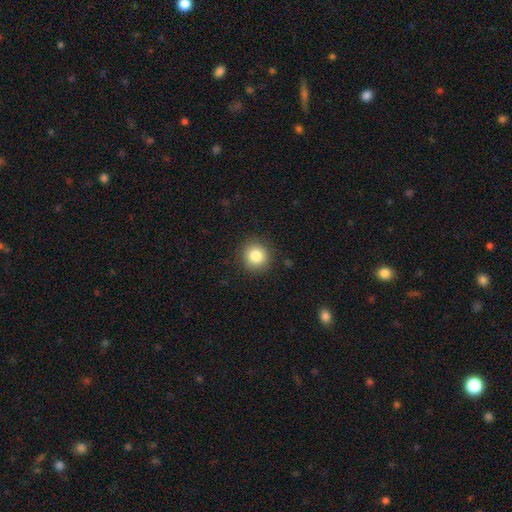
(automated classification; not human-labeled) This is clearly a smooth galaxy (83%). How rounded: clearly round (91%). Merging: clearly none (89%).